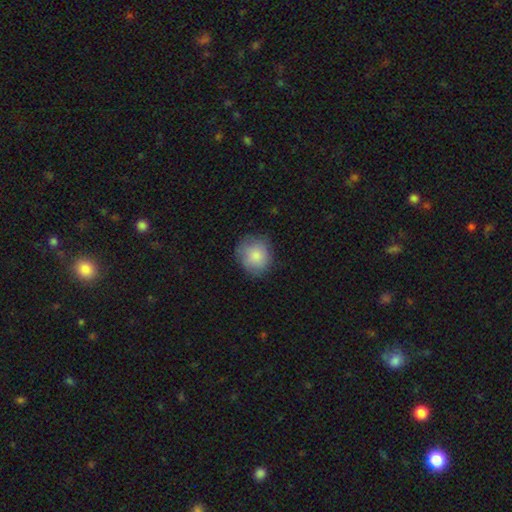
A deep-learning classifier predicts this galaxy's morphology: smooth 84%, featured or disk 9%, star or artifact 7%. Down the decision tree: how rounded — round (83%); merging — none (77%).